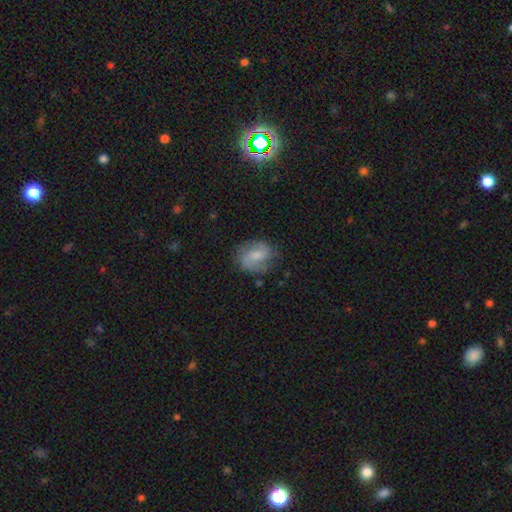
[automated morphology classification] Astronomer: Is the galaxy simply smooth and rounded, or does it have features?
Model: featured or disk — 51% (runner-up: smooth, 41%).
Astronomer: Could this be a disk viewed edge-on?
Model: no — 97%.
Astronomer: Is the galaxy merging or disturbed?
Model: none — 67%.